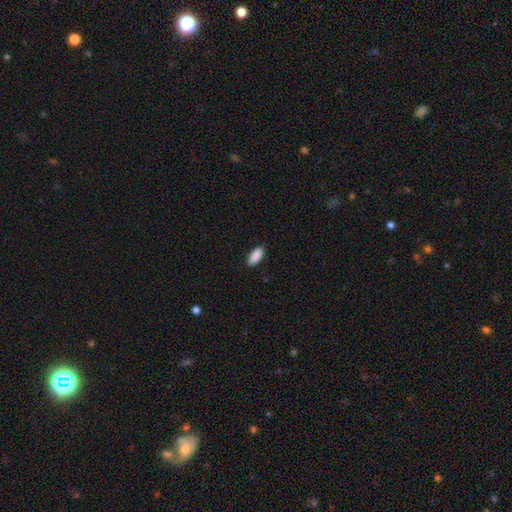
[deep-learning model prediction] smooth_or_featured: smooth (p=0.91) [alt: star or artifact p=0.06]
how_rounded: in between (p=0.84) [alt: cigar-shaped p=0.15]
merging: none (p=0.89) [alt: minor disturbance p=0.08]